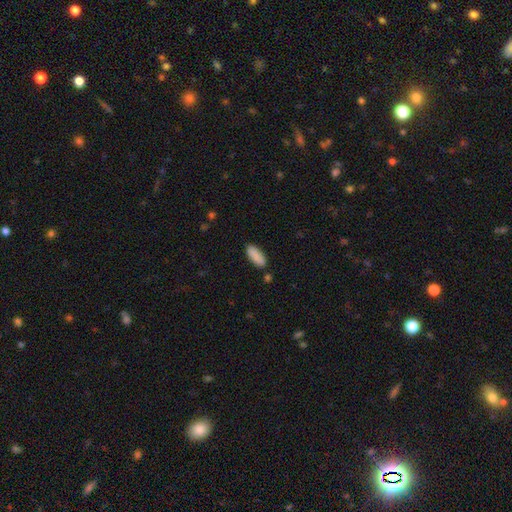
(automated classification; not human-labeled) Q: Smooth or featured?
A: smooth (89%); runner-up: star or artifact (6%)
Q: How rounded?
A: in between (75%); runner-up: cigar-shaped (24%)
Q: Merging?
A: none (84%); runner-up: minor disturbance (10%)